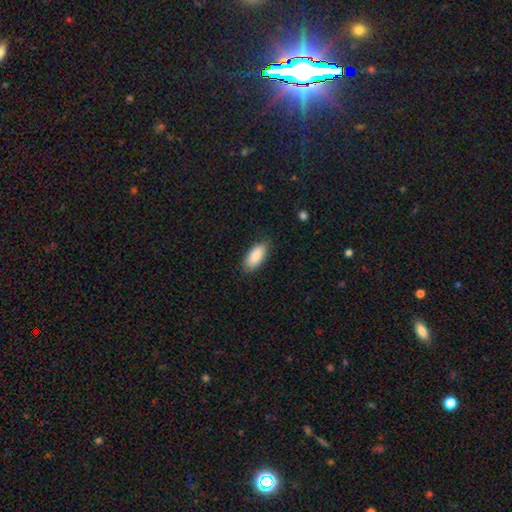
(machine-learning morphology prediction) Q: Smooth or featured?
A: smooth (87%); runner-up: featured or disk (7%)
Q: How rounded?
A: in between (90%); runner-up: cigar-shaped (8%)
Q: Merging?
A: none (83%); runner-up: minor disturbance (13%)